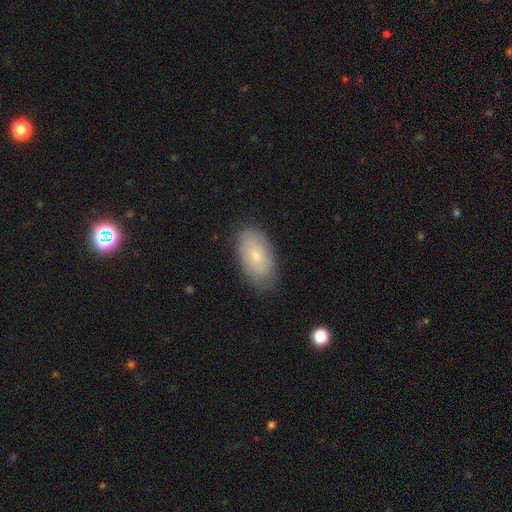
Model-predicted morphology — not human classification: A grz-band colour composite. It shows a smooth galaxy with no disk features (65%) that is in between round and cigar-shaped (93%). Merging: none (78%).